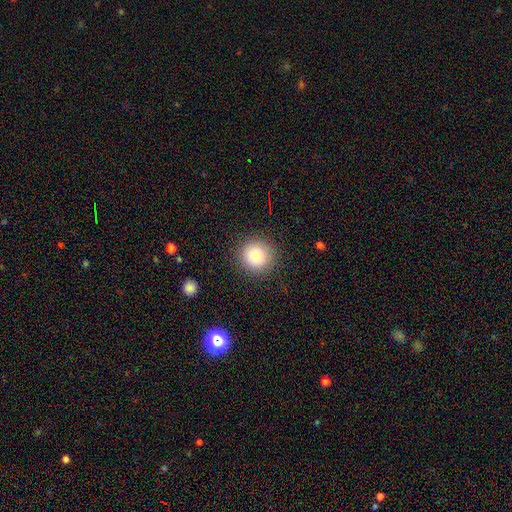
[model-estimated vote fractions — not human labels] A smooth galaxy with no disk features (81%) that is round (95%).

Vote fractions:
- Smooth or featured? smooth: 81% / star or artifact: 10% / featured or disk: 8%
- How rounded? round: 95% / in between: 4% / cigar-shaped: 1%
- Merging? none: 90% / minor disturbance: 6% / major disturbance: 2% / merger: 1%